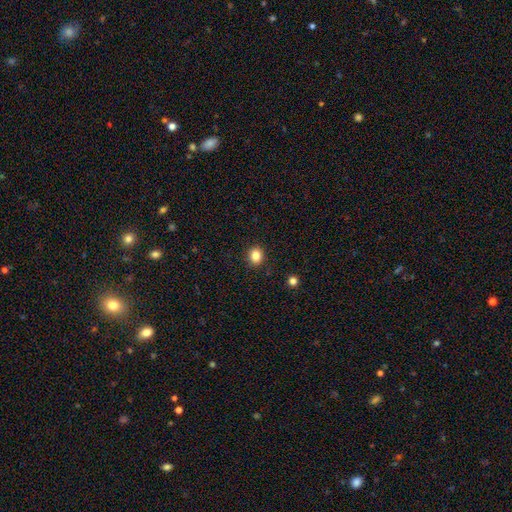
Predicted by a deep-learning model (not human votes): smooth 83%, star or artifact 11%, featured or disk 5%. Down the decision tree: how rounded — round (76%); merging — none (91%).